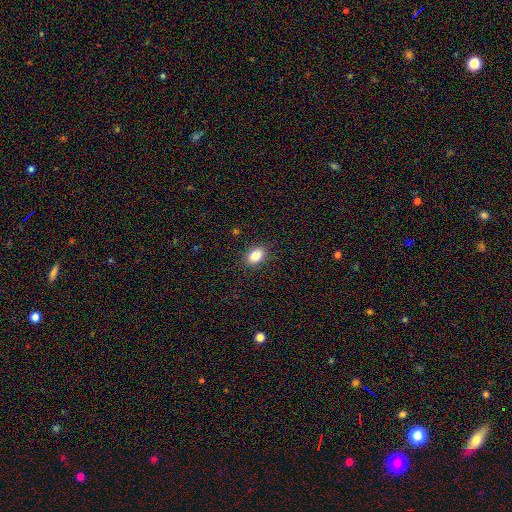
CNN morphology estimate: This is clearly a smooth galaxy (83%). How rounded: likely in between (76%). Merging: clearly none (88%).